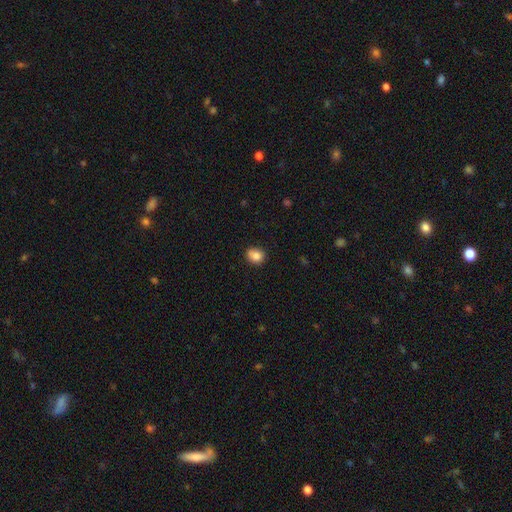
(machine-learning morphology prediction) This is clearly a smooth galaxy (83%). How rounded: likely round (67%). Merging: likely none (69%).